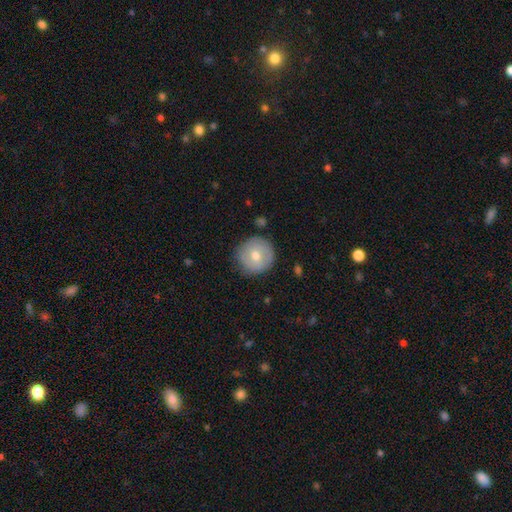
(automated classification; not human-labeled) This is likely a smooth galaxy (66%). How rounded: clearly round (95%). Merging: clearly none (86%).